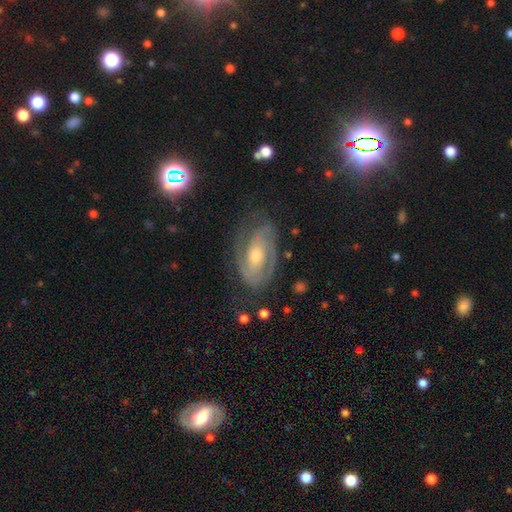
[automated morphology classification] featured or disk 81%, smooth 12%, star or artifact 6%. Down the decision tree: edge-on disk — no (95%); bar — no (53%); spiral arms — yes (90%); spiral arm count — 2 (66%); spiral winding — tight (49%); bulge size — moderate (65%); merging — none (67%).